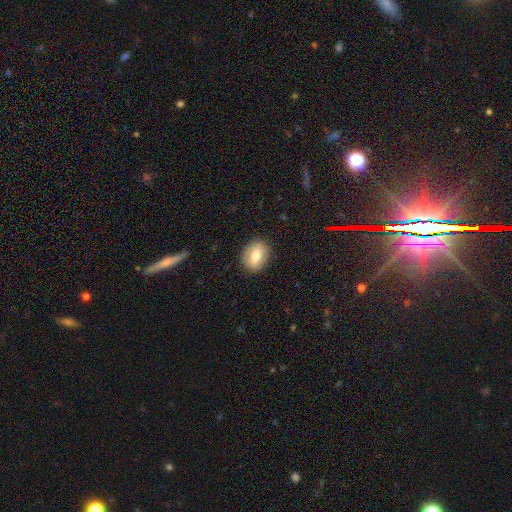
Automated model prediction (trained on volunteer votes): smooth-or-featured: smooth: 72% | featured or disk: 20% | star or artifact: 8%
  how-rounded: in between: 64% | round: 35% | cigar-shaped: 2%
  merging: none: 88% | minor disturbance: 9% | major disturbance: 3% | merger: 1%